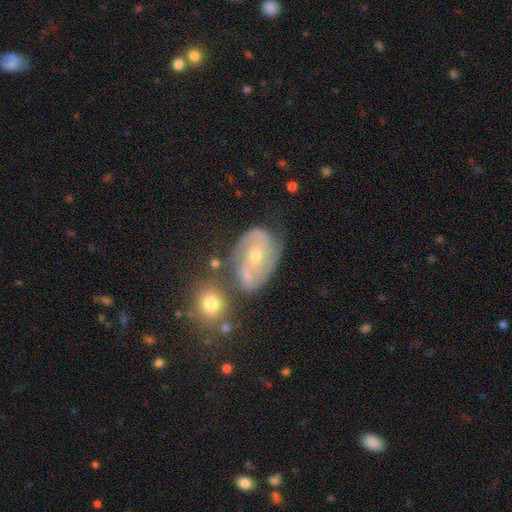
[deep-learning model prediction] Smooth or featured? featured or disk (81%)
Edge-on disk? no (97%)
Bar? no (54%)
Spiral arms? yes (93%)
Spiral winding? medium (47%)
Spiral arm count? 2 (65%)
Bulge size? small (58%)
Merging? none (51%)